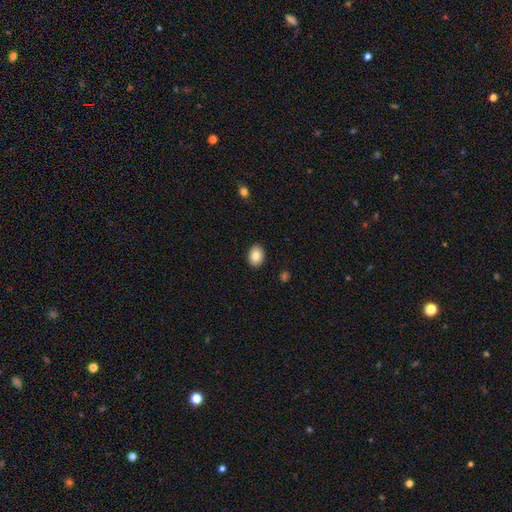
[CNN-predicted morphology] Smooth or featured? smooth (85%)
How rounded? in between (67%)
Merging? none (90%)